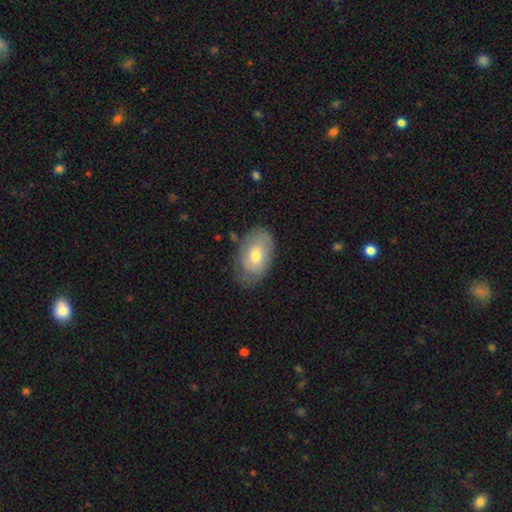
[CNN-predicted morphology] smooth_or_featured: smooth (p=0.62) [alt: featured or disk p=0.32]
how_rounded: in between (p=0.90) [alt: round p=0.09]
merging: none (p=0.69) [alt: minor disturbance p=0.23]